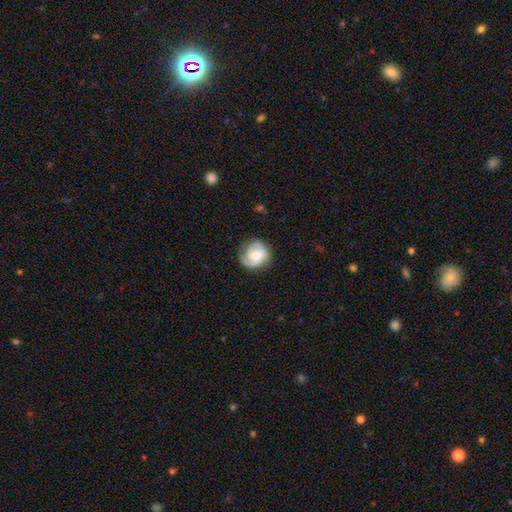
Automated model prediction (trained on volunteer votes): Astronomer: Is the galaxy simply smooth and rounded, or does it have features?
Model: featured or disk — 74%.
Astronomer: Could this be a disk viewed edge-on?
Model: no — 98%.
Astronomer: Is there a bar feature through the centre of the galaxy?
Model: no — 53% (runner-up: weak, 39%).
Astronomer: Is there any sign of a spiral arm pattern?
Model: yes — 95%.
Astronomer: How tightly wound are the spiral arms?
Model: medium — 43% (runner-up: tight, 42%).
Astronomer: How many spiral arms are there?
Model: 2 — 48% (runner-up: 3, 26%).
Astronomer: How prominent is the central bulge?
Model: small — 44% (runner-up: moderate, 41%).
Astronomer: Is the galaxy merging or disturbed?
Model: none — 71%.